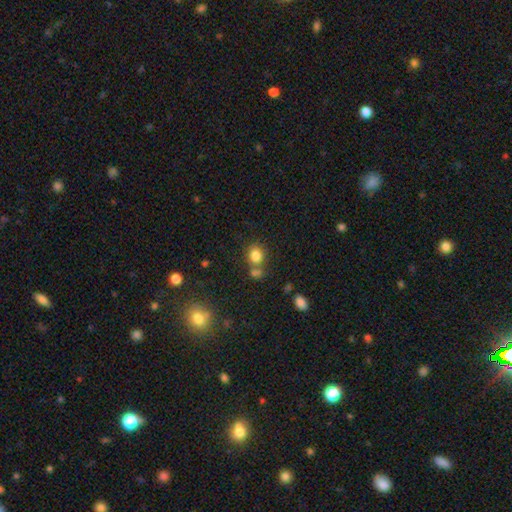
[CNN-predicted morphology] Overall: smooth (82%). How rounded: round (69%; in between 30%). Merging: none (61%; merger 24%).